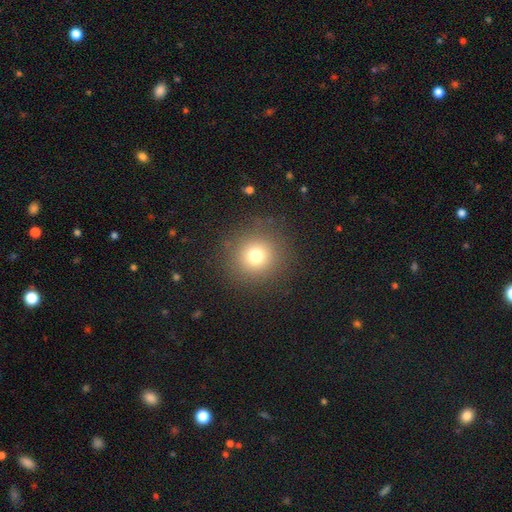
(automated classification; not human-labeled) A smooth galaxy with no disk features (75%) that is round (94%).

Vote fractions:
- Smooth or featured? smooth: 75% / star or artifact: 16% / featured or disk: 10%
- How rounded? round: 94% / in between: 5% / cigar-shaped: 1%
- Merging? none: 88% / minor disturbance: 7% / major disturbance: 4% / merger: 1%